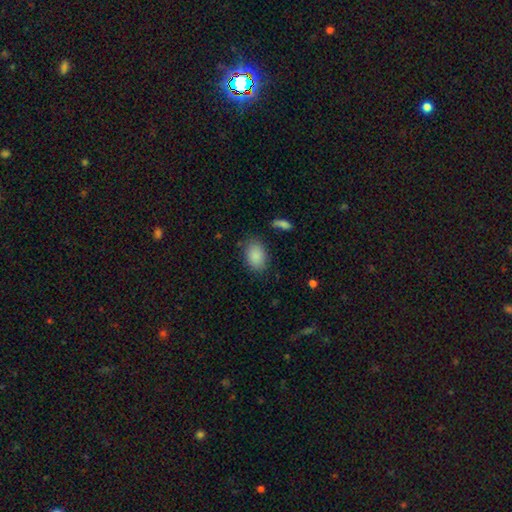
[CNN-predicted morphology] Smooth or featured?
  - smooth: 88% *
  - star or artifact: 7%
  - featured or disk: 5%
How rounded?
  - in between: 85% *
  - round: 13%
  - cigar-shaped: 1%
Merging?
  - none: 80% *
  - minor disturbance: 13%
  - major disturbance: 4%
  - merger: 2%